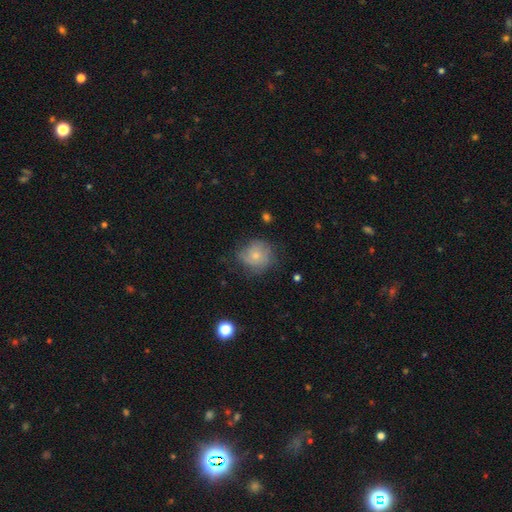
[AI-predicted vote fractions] This is likely a smooth galaxy (61%). How rounded: clearly round (83%). Merging: possibly none (58%).